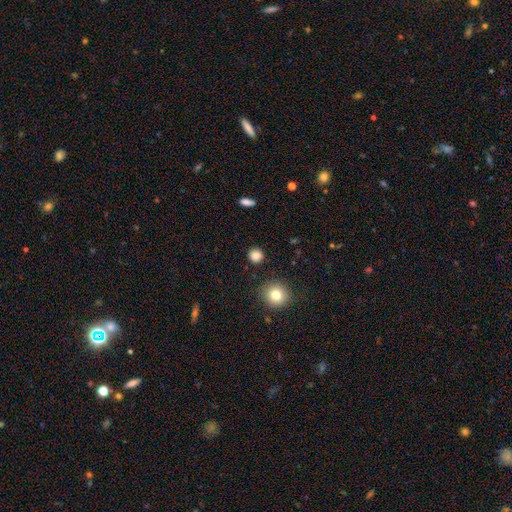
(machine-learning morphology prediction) smooth-or-featured: smooth: 84% | star or artifact: 12% | featured or disk: 4%
  how-rounded: round: 93% | in between: 6% | cigar-shaped: 1%
  merging: none: 90% | minor disturbance: 6% | major disturbance: 2% | merger: 1%